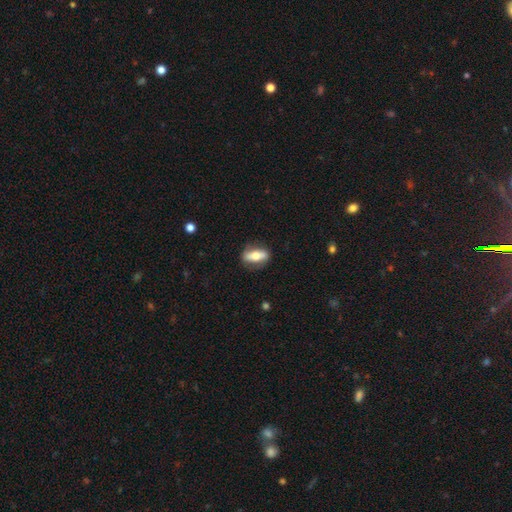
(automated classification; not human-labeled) Morphology: type=smooth (54%); roundness=in between (74%); merging=none (78%).